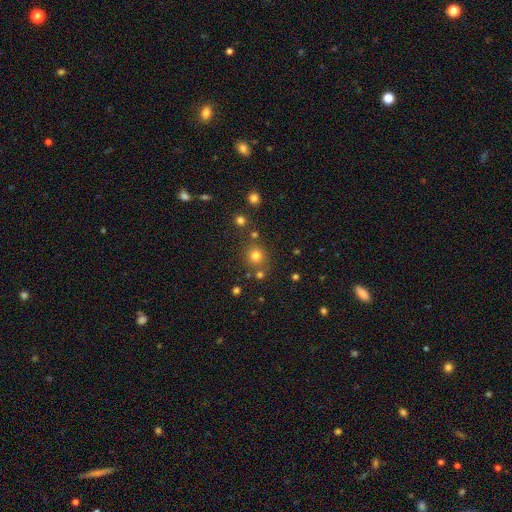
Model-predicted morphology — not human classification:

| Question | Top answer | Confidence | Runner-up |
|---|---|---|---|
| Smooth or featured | smooth | 75% | star or artifact (17%) |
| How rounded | round | 91% | in between (9%) |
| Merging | none | 78% | merger (10%) |